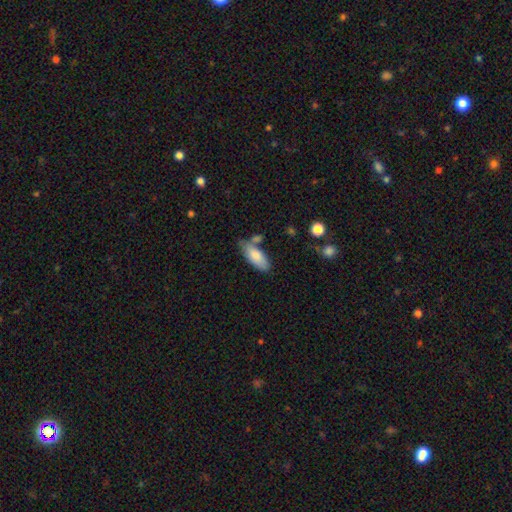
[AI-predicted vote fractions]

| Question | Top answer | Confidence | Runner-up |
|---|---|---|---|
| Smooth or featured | smooth | 80% | featured or disk (14%) |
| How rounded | in between | 78% | cigar-shaped (20%) |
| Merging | none | 61% | minor disturbance (20%) |